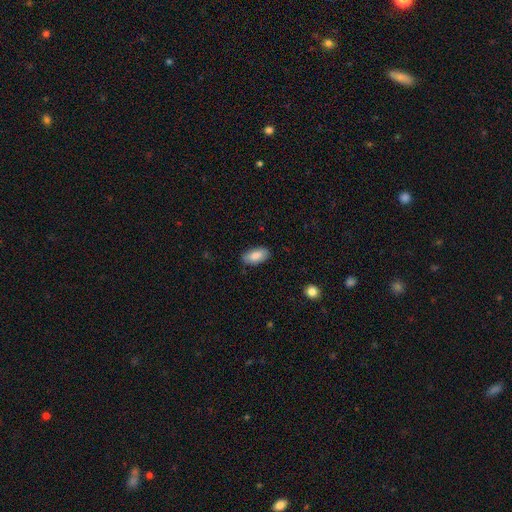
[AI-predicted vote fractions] Overall: smooth (85%). How rounded: in between (93%). Merging: none (85%).